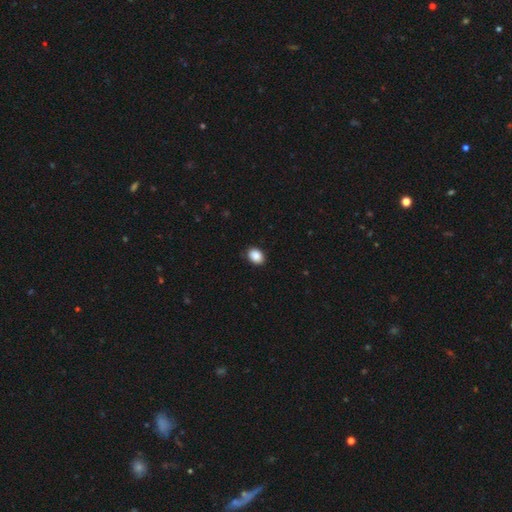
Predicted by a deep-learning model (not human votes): Smooth or featured? Predicted: smooth (p=0.89). How rounded? Predicted: in between (p=0.72). Merging? Predicted: none (p=0.87).